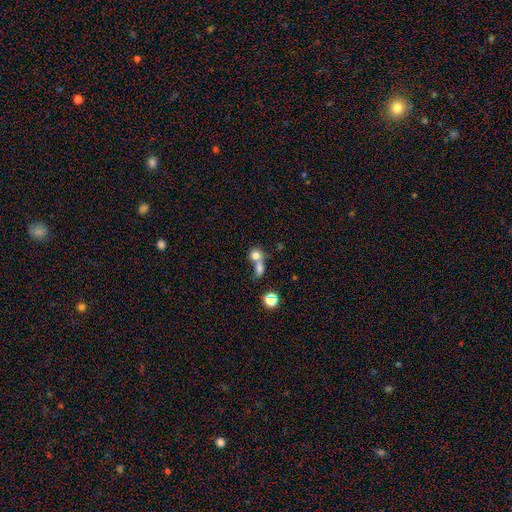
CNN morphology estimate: A smooth galaxy with no disk features (74%) that is round (72%). Merging: merger (63%).